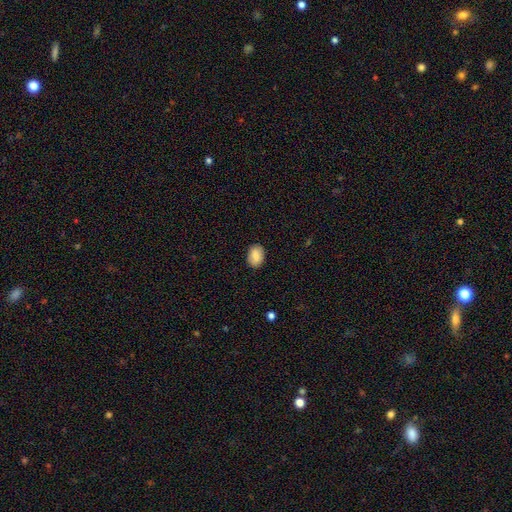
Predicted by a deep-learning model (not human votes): This appears to be a smooth galaxy with no disk features (85%) that is in between round and cigar-shaped (76%). Merging: none (87%).